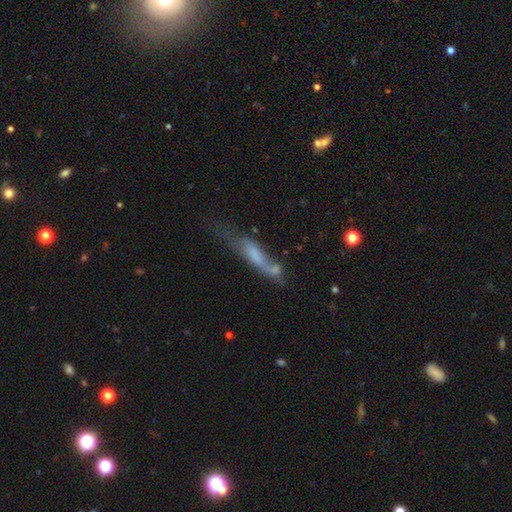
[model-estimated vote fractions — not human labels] Overall: smooth (50%; featured or disk 40%). Merging: major disturbance (29%; none 28%).